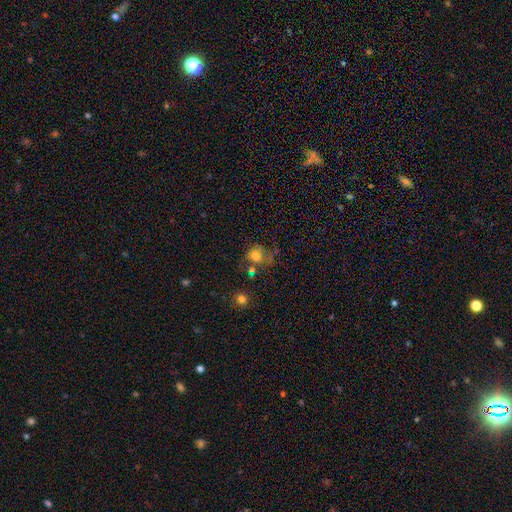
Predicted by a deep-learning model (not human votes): smooth-or-featured: smooth: 72% | featured or disk: 15% | star or artifact: 13%
  how-rounded: round: 80% | in between: 20% | cigar-shaped: 1%
  merging: none: 50% | minor disturbance: 20% | merger: 17% | major disturbance: 13%